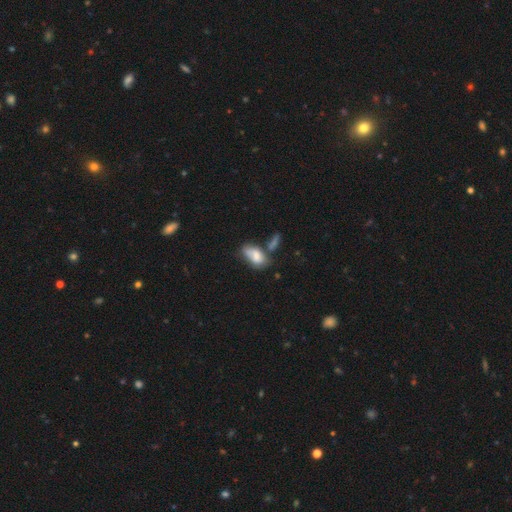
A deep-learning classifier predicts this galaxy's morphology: type=smooth (69%); roundness=in between (91%); merging=none (30%, tied with merger).